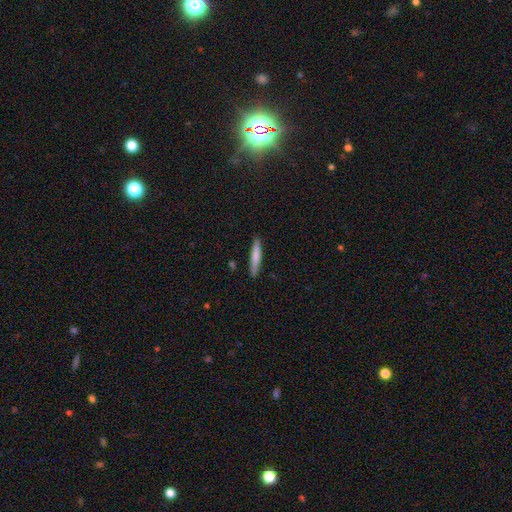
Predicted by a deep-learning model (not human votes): smooth 74%, featured or disk 21%, star or artifact 5%. Down the decision tree: how rounded — cigar-shaped (93%); merging — none (88%).